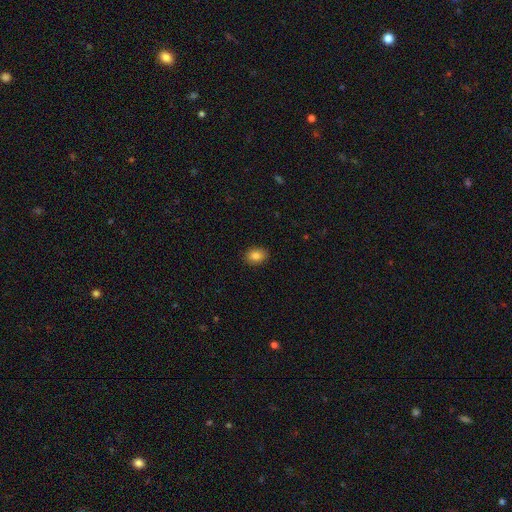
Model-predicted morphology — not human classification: This appears to be a smooth galaxy with no disk features (84%) that is in between round and cigar-shaped (69%). Merging: none (90%).